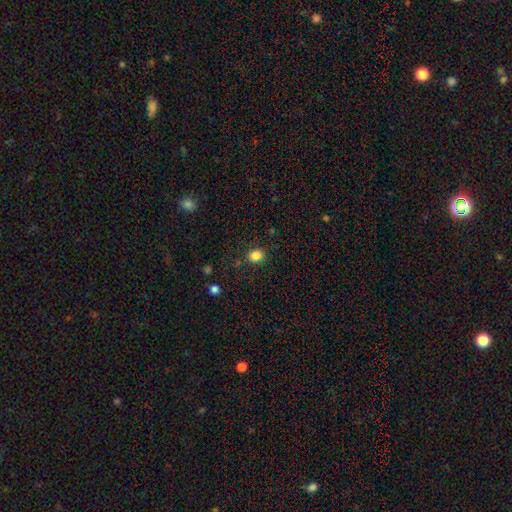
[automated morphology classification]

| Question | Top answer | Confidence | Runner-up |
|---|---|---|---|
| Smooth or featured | smooth | 85% | star or artifact (11%) |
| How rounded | round | 64% | in between (36%) |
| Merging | none | 86% | minor disturbance (9%) |